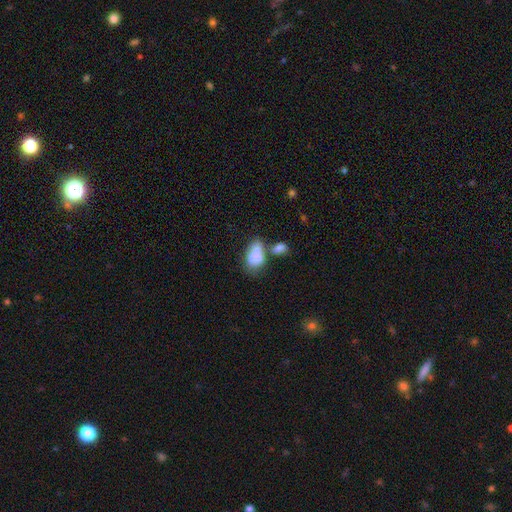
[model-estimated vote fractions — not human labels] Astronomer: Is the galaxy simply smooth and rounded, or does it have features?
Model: smooth — 72%.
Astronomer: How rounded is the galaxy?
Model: in between — 88%.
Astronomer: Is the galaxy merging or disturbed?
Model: merger — 44% (runner-up: none, 25%).